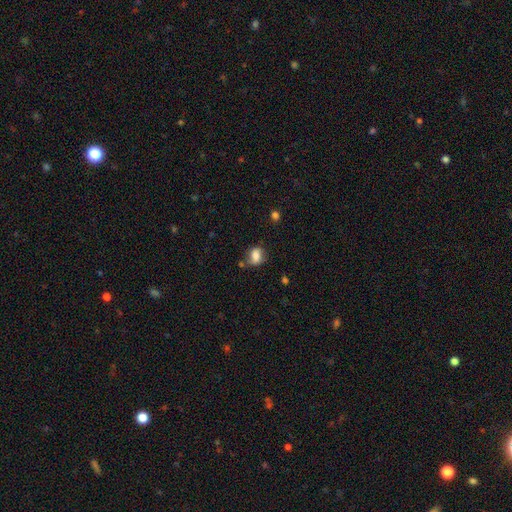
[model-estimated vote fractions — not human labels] A smooth galaxy with no disk features (78%) that is in between round and cigar-shaped (65%). Merging: none (59%).